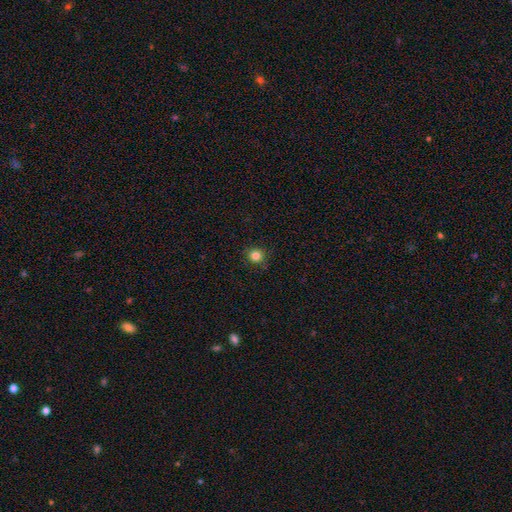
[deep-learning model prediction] smooth_or_featured: smooth (p=0.83) [alt: star or artifact p=0.13]
how_rounded: round (p=0.91) [alt: in between p=0.08]
merging: none (p=0.88) [alt: minor disturbance p=0.09]